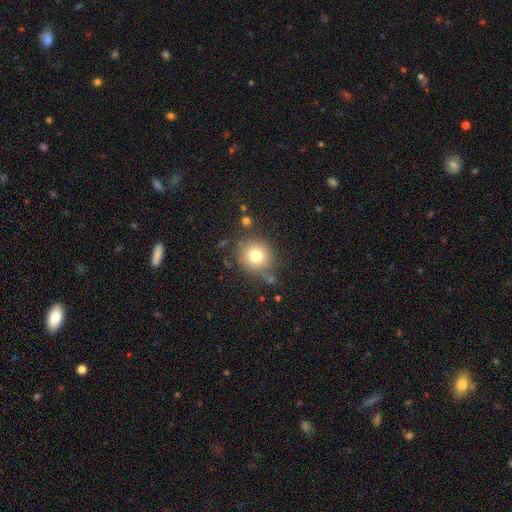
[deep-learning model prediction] The model was most divided on "merging": none: 72%, minor disturbance: 15%, merger: 7%, major disturbance: 6%. More confident: how rounded — round (88%); smooth or featured — smooth (76%).